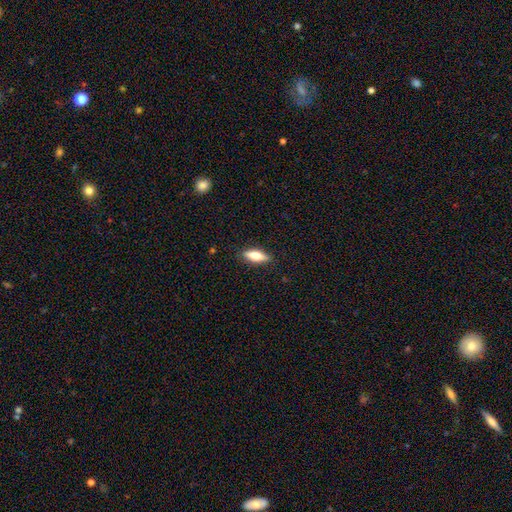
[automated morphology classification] Smooth or featured? Predicted: smooth (p=0.61). How rounded? Predicted: in between (p=0.59). Merging? Predicted: none (p=0.87).